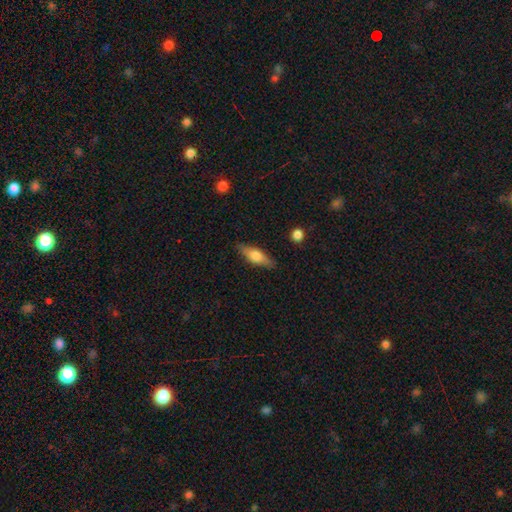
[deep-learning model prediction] Smooth or featured? Predicted: smooth (p=0.49). Merging? Predicted: none (p=0.87).